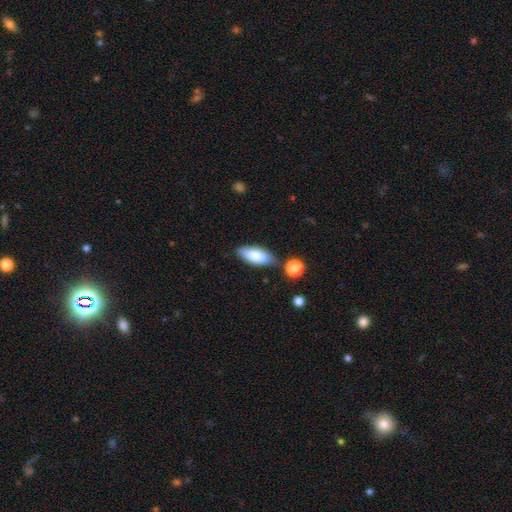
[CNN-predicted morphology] Overall: smooth (82%). How rounded: in between (82%). Merging: none (74%).